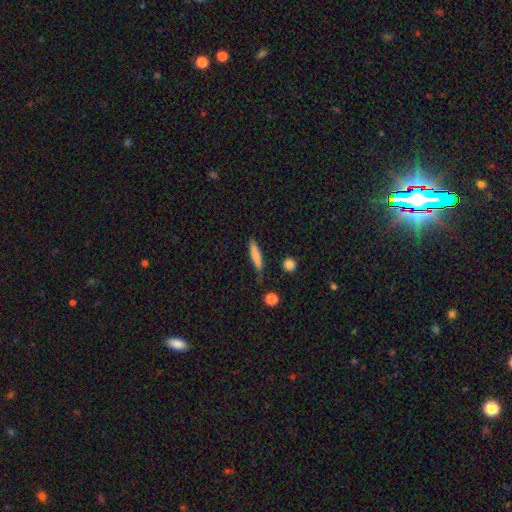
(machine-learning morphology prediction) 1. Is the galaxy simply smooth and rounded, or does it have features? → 78% smooth, 15% featured or disk, 7% star or artifact.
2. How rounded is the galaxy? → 85% cigar-shaped, 13% in between, 2% round.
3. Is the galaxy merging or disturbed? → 79% none, 15% minor disturbance, 3% major disturbance, 3% merger.